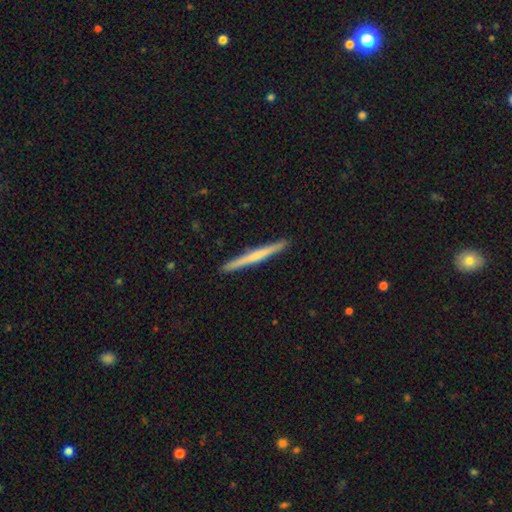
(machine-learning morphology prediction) A featured or disk galaxy (49%).

Vote fractions:
- Smooth or featured? featured or disk: 49% / smooth: 46% / star or artifact: 5%
- Merging? none: 93% / minor disturbance: 5% / major disturbance: 1% / merger: 1%